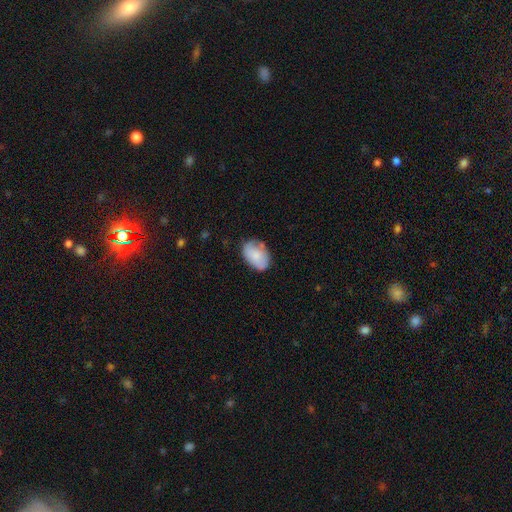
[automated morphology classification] type=smooth (76%); roundness=in between (87%); merging=none (62%).